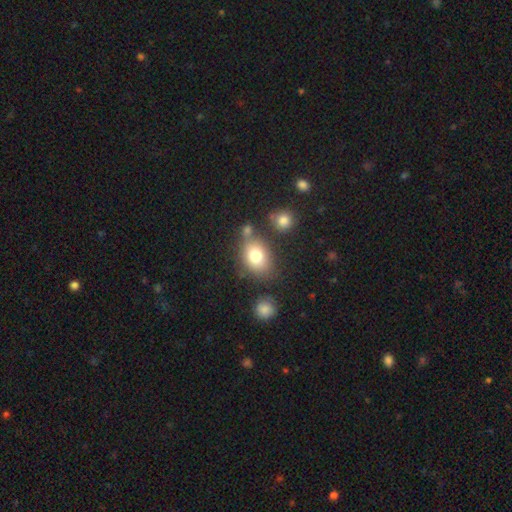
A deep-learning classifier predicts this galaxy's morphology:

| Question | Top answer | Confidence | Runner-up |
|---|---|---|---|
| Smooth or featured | smooth | 78% | featured or disk (12%) |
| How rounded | in between | 63% | round (35%) |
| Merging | none | 65% | minor disturbance (16%) |